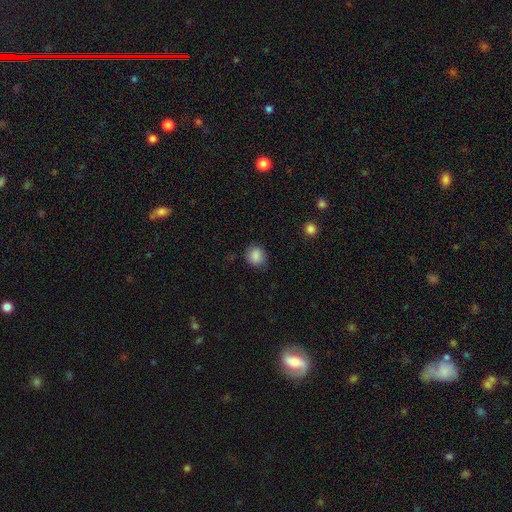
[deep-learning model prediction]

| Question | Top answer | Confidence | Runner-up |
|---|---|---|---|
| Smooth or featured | smooth | 87% | star or artifact (9%) |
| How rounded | round | 75% | in between (24%) |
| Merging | none | 81% | minor disturbance (14%) |